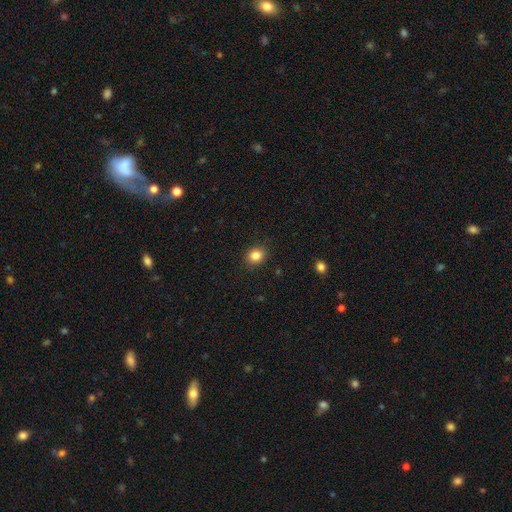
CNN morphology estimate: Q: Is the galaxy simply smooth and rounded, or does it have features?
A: smooth — 84%.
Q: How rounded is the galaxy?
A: round — 69%.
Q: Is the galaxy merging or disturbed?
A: none — 89%.